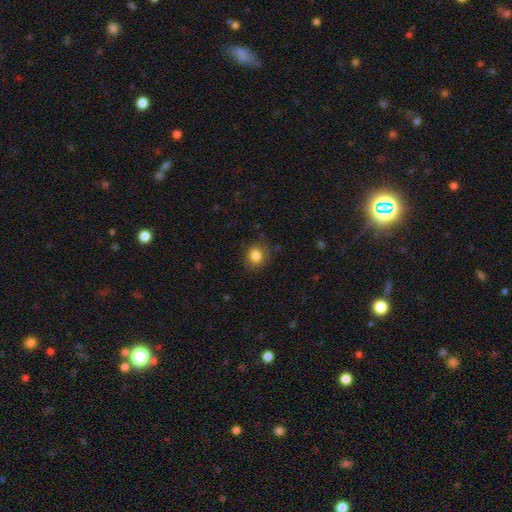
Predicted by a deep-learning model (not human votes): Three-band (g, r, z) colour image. It shows a smooth galaxy with no disk features (84%) that is round (71%). Merging: none (83%).